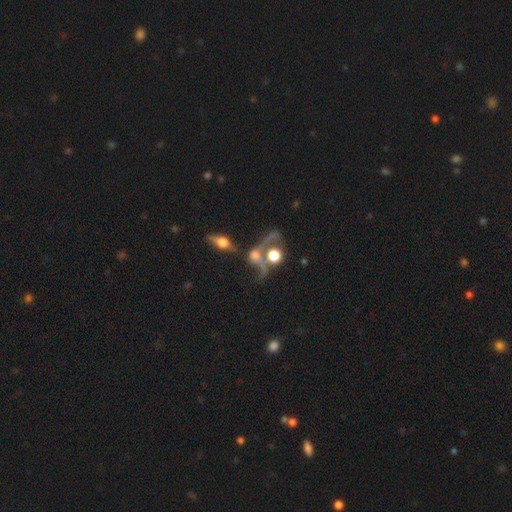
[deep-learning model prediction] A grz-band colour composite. It shows a featured or disk galaxy (50%). Merging: merger (46%).